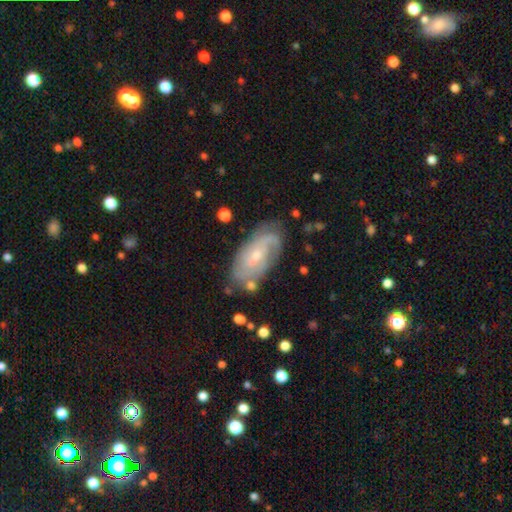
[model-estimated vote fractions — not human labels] smooth_or_featured: featured or disk (p=0.75) [alt: smooth p=0.18]
disk_edge_on: no (p=0.94) [alt: yes p=0.06]
bar: no (p=0.52) [alt: weak p=0.40]
has_spiral_arms: yes (p=0.92) [alt: no p=0.08]
spiral_winding: tight (p=0.44) [alt: medium p=0.39]
spiral_arm_count: 2 (p=0.46) [alt: can't tell p=0.29]
bulge_size: small (p=0.67) [alt: moderate p=0.27]
merging: none (p=0.71) [alt: minor disturbance p=0.19]